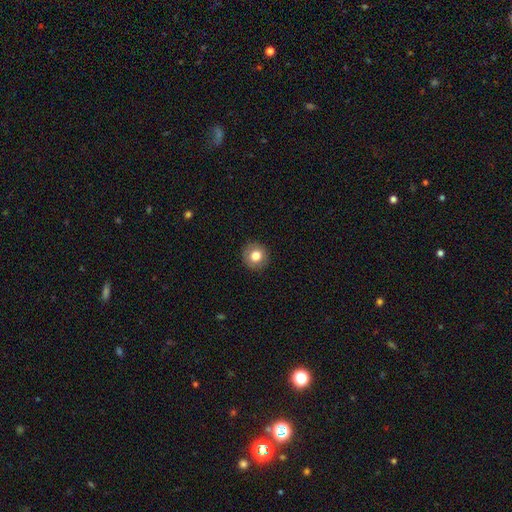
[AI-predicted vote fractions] A smooth galaxy with no disk features (80%) that is round (90%).

Vote fractions:
- Smooth or featured? smooth: 80% / featured or disk: 10% / star or artifact: 9%
- How rounded? round: 90% / in between: 9% / cigar-shaped: 1%
- Merging? none: 90% / minor disturbance: 7% / major disturbance: 2% / merger: 1%